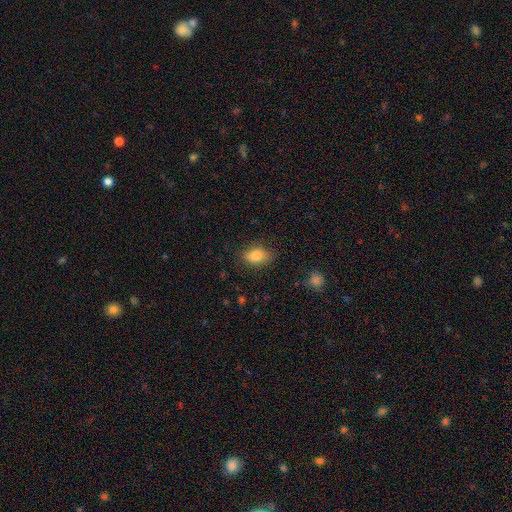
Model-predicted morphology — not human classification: Smooth or featured: smooth — 83% (star or artifact — 8%)
How rounded: in between — 85% (round — 12%)
Merging: none — 80% (minor disturbance — 15%)